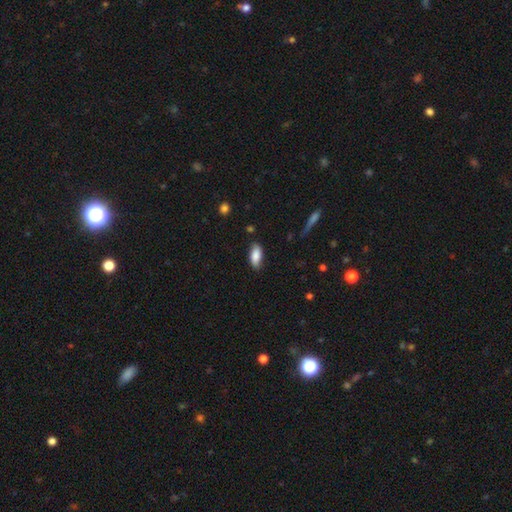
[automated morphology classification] Q: Smooth or featured?
A: smooth (85%); runner-up: featured or disk (8%)
Q: How rounded?
A: in between (88%); runner-up: cigar-shaped (9%)
Q: Merging?
A: none (80%); runner-up: minor disturbance (15%)